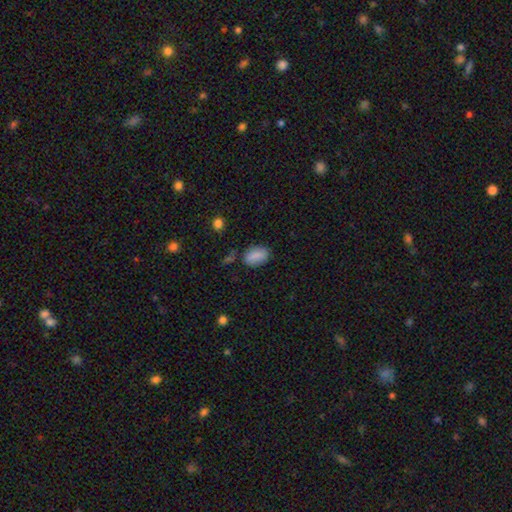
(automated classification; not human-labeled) A smooth galaxy with no disk features (86%) that is in between round and cigar-shaped (89%). Merging: none (74%).